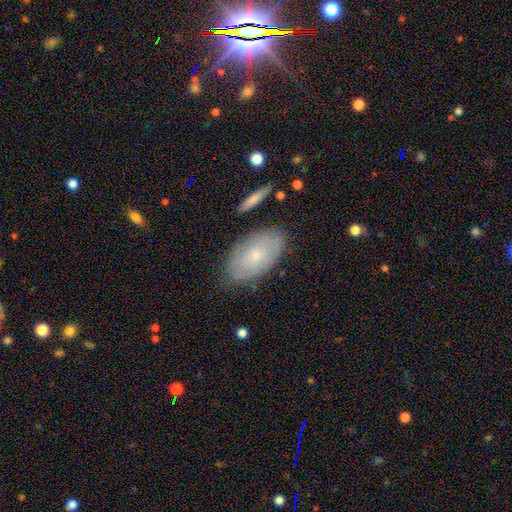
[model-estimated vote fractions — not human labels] smooth_or_featured: smooth (p=0.58) [alt: featured or disk p=0.35]
how_rounded: in between (p=0.94) [alt: round p=0.04]
merging: none (p=0.79) [alt: minor disturbance p=0.15]